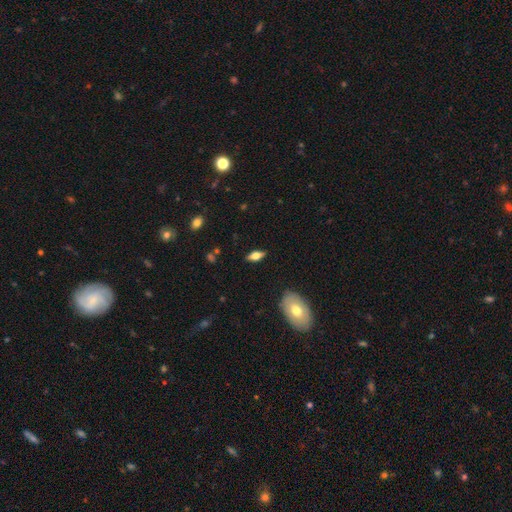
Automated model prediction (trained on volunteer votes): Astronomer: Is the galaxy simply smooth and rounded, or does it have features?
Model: smooth — 57% (runner-up: featured or disk, 35%).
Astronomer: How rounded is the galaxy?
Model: in between — 75%.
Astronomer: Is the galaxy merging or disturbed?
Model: none — 86%.